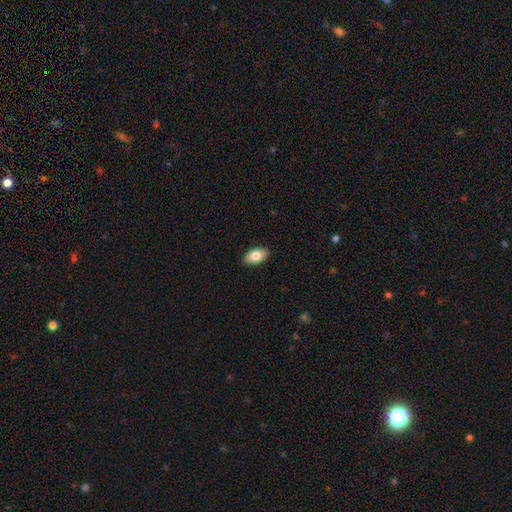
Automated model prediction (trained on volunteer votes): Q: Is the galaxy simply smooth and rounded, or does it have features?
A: smooth — 84%.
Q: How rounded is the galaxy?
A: in between — 93%.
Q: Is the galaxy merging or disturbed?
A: none — 89%.